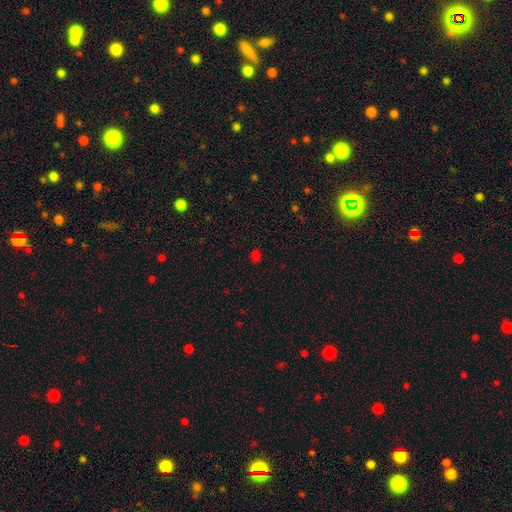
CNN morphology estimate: smooth_or_featured: smooth (p=0.68) [alt: star or artifact p=0.28]
how_rounded: round (p=0.62) [alt: in between p=0.36]
merging: none (p=0.85) [alt: minor disturbance p=0.10]